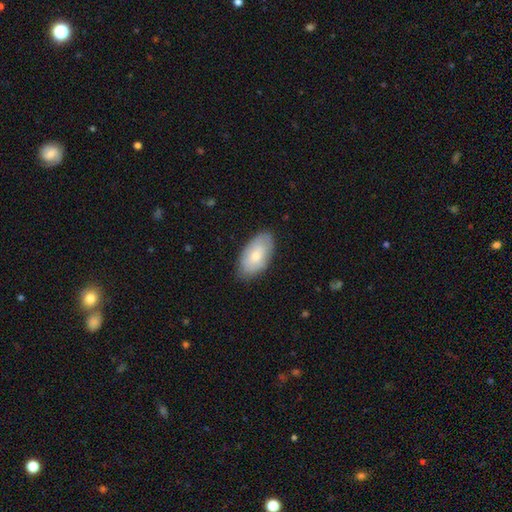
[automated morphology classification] A smooth galaxy with no disk features (74%) that is in between round and cigar-shaped (95%).

Vote fractions:
- Smooth or featured? smooth: 74% / featured or disk: 21% / star or artifact: 5%
- How rounded? in between: 95% / round: 3% / cigar-shaped: 2%
- Merging? none: 79% / minor disturbance: 17% / major disturbance: 3% / merger: 1%